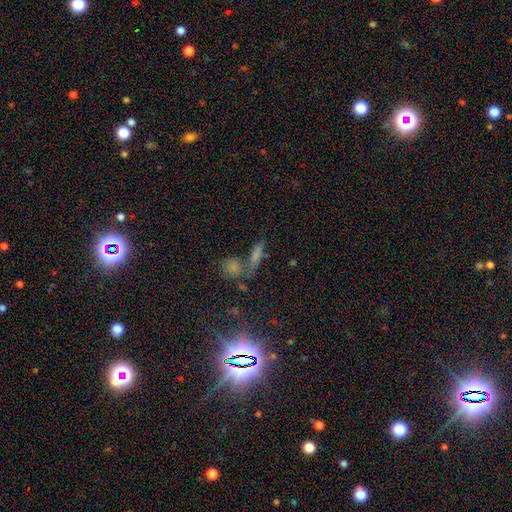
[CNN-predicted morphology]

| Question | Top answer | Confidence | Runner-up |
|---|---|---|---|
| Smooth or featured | smooth | 55% | star or artifact (27%) |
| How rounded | cigar-shaped | 54% | in between (35%) |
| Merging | none | 56% | merger (27%) |